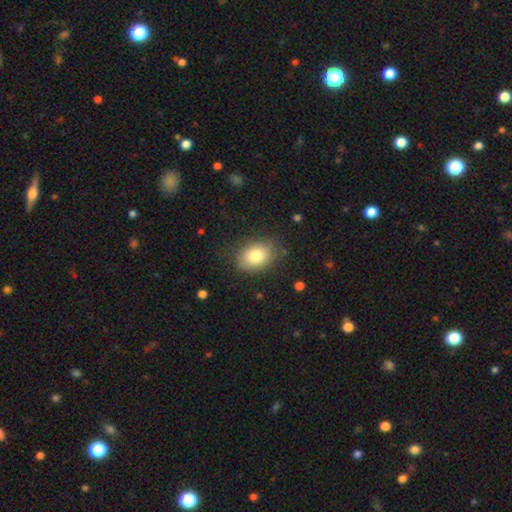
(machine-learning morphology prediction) A smooth galaxy with no disk features (81%) that is in between round and cigar-shaped (73%). Merging: none (82%).